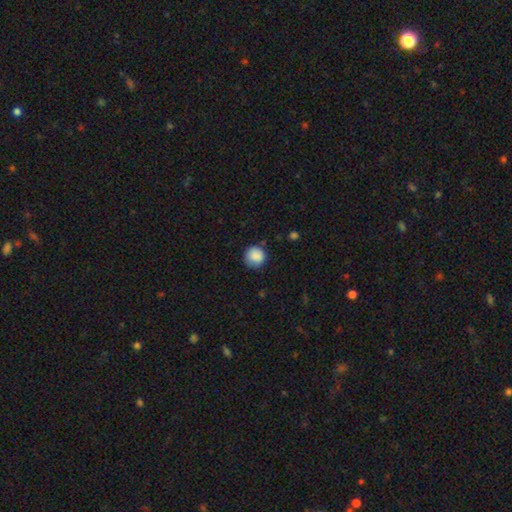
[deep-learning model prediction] A smooth galaxy with no disk features (88%) that is round (94%).

Vote fractions:
- Smooth or featured? smooth: 88% / star or artifact: 8% / featured or disk: 4%
- How rounded? round: 94% / in between: 5% / cigar-shaped: 1%
- Merging? none: 80% / minor disturbance: 15% / major disturbance: 3% / merger: 2%